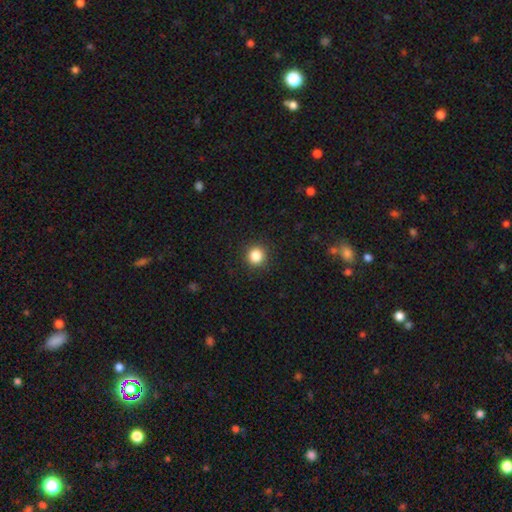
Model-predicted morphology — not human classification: This is clearly a smooth galaxy (85%). How rounded: clearly round (93%). Merging: clearly none (92%).